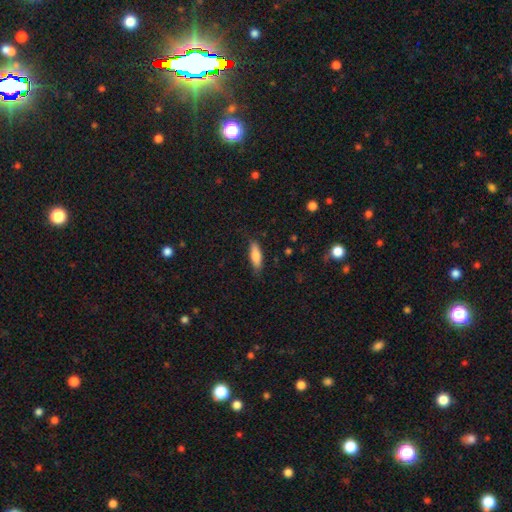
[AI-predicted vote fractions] A smooth galaxy with no disk features (79%) that is in between round and cigar-shaped (50%).

Vote fractions:
- Smooth or featured? smooth: 79% / featured or disk: 14% / star or artifact: 7%
- How rounded? in between: 50% / cigar-shaped: 48% / round: 2%
- Merging? none: 80% / minor disturbance: 15% / major disturbance: 3% / merger: 1%